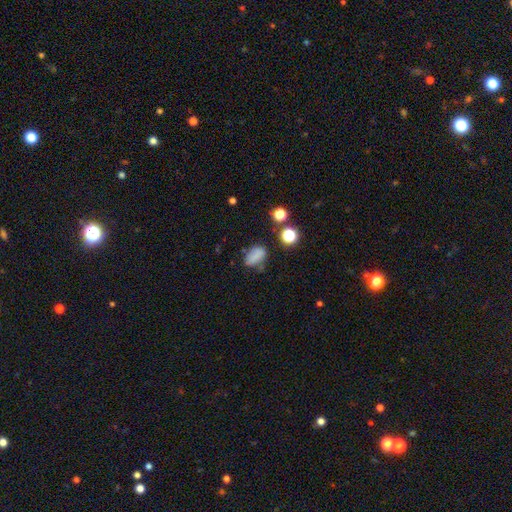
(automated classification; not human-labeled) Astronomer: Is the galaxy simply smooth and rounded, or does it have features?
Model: smooth — 76%.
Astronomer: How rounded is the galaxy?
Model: in between — 82%.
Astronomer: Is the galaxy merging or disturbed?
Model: none — 61%.